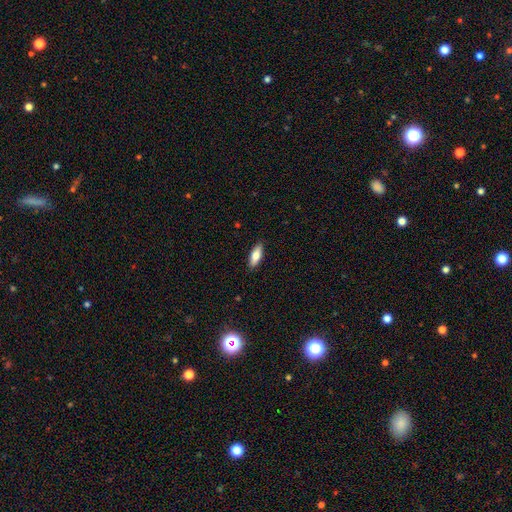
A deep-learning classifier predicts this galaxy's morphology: Overall: smooth (77%). How rounded: in between (68%; cigar-shaped 30%). Merging: none (89%).